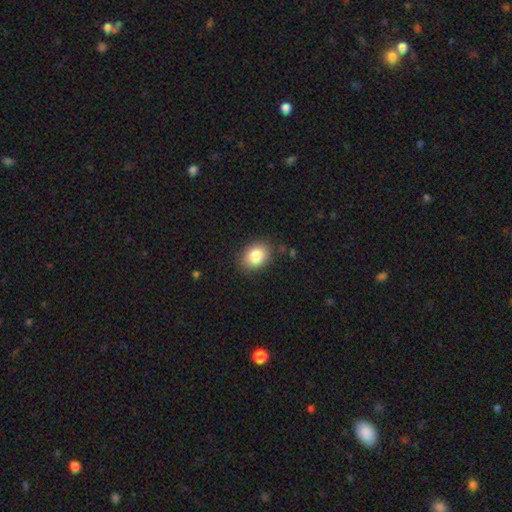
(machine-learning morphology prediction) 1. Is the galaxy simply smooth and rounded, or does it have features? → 84% smooth, 9% star or artifact, 7% featured or disk.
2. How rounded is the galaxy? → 63% in between, 36% round, 1% cigar-shaped.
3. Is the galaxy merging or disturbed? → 85% none, 11% minor disturbance, 3% major disturbance, 1% merger.